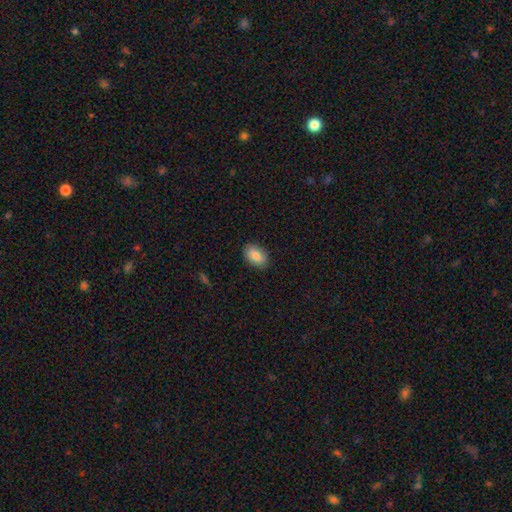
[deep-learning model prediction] smooth-or-featured: smooth: 86% | featured or disk: 7% | star or artifact: 7%
  how-rounded: in between: 91% | round: 7% | cigar-shaped: 2%
  merging: none: 87% | minor disturbance: 9% | major disturbance: 2% | merger: 1%